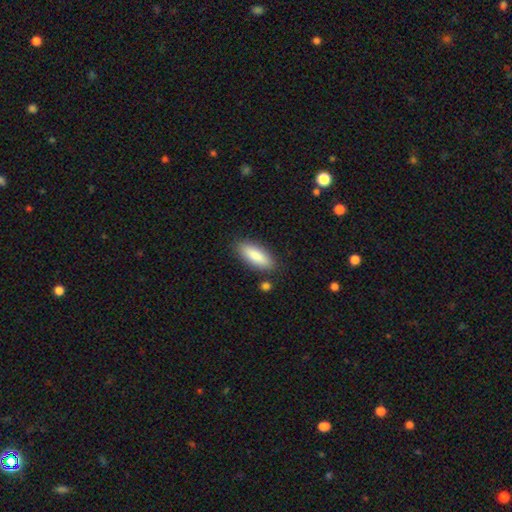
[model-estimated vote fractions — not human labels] Smooth or featured? Predicted: smooth (p=0.86). How rounded? Predicted: in between (p=0.66). Merging? Predicted: none (p=0.84).